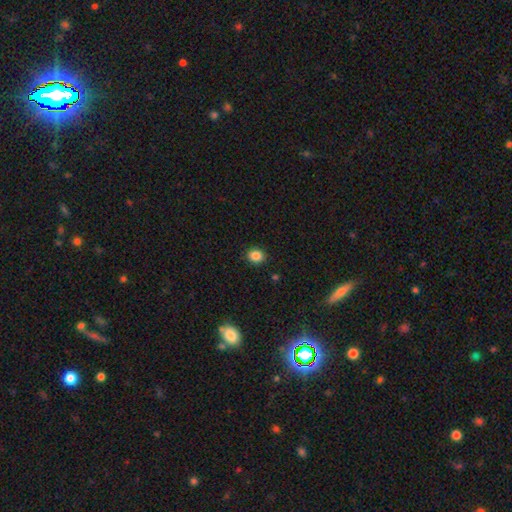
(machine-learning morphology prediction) Overall: smooth (85%). How rounded: round (76%). Merging: none (90%).